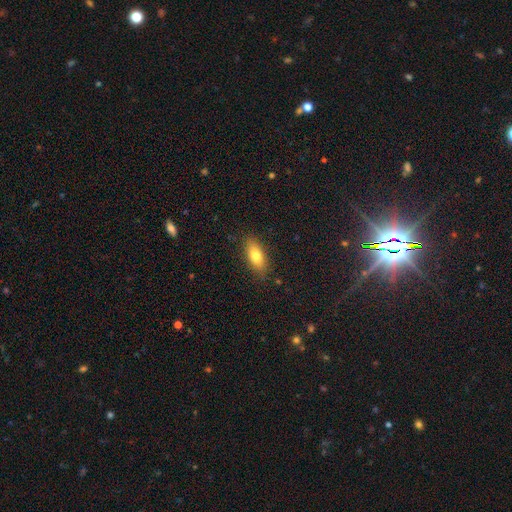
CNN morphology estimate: Overall: smooth (78%). How rounded: in between (79%). Merging: none (85%).